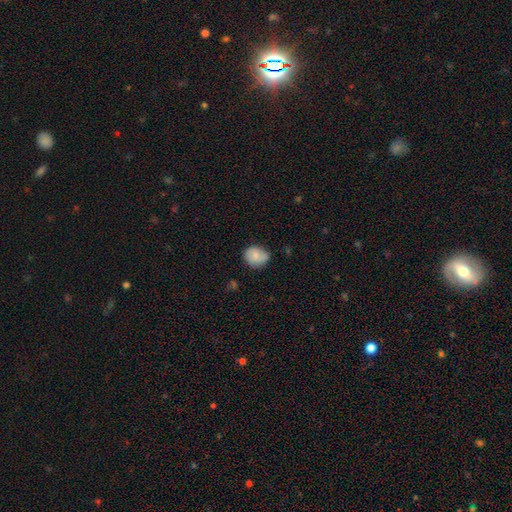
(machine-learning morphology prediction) Q: Smooth or featured?
A: smooth (66%); runner-up: featured or disk (27%)
Q: How rounded?
A: round (63%); runner-up: in between (36%)
Q: Merging?
A: none (65%); runner-up: minor disturbance (27%)